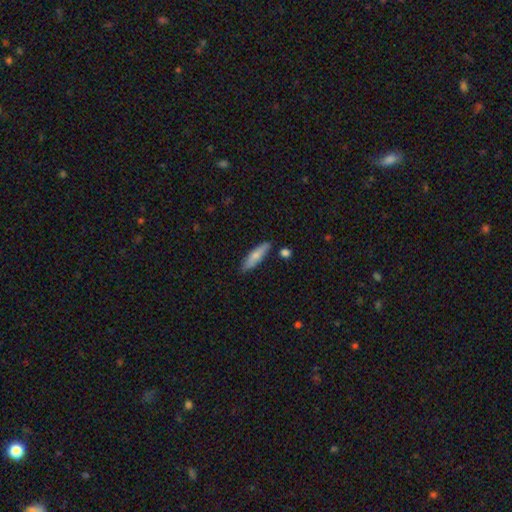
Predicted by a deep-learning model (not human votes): Smooth or featured? smooth (73%)
How rounded? cigar-shaped (70%)
Merging? none (82%)